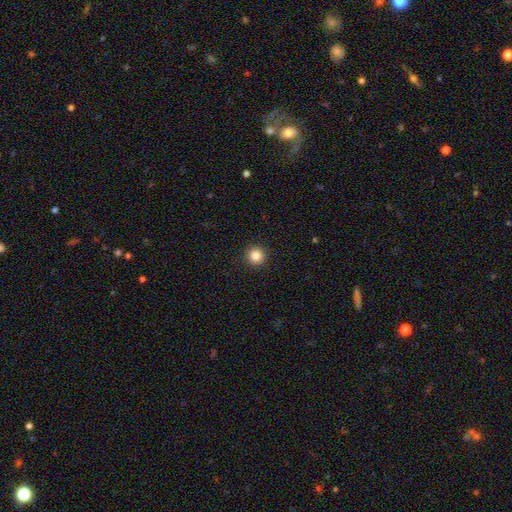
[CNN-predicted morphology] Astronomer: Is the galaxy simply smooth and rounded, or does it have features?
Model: smooth — 84%.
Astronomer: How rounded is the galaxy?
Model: round — 96%.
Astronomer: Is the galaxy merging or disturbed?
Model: none — 93%.